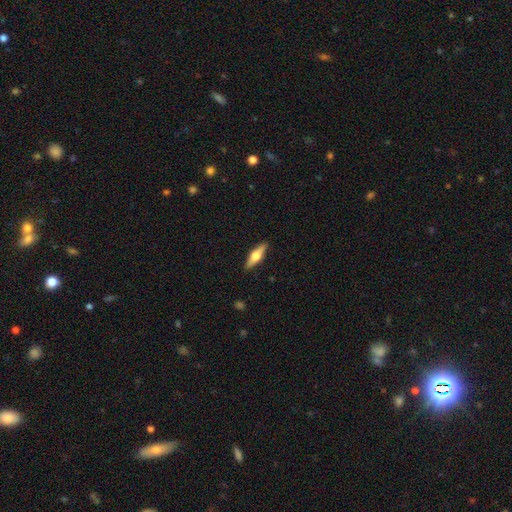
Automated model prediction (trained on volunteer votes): A featured or disk galaxy (56%) viewed edge-on (96%) with a rounded central bulge (93%). Merging: none (90%).